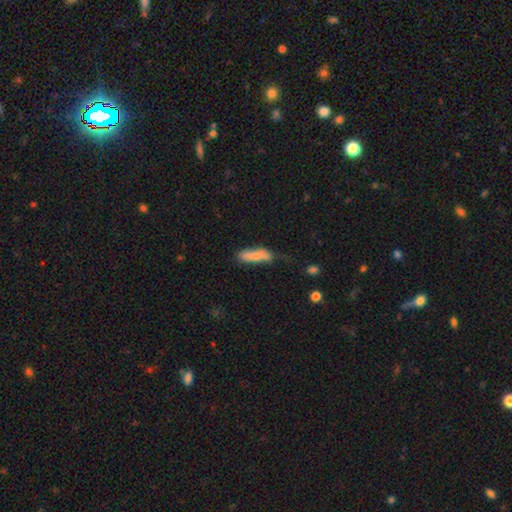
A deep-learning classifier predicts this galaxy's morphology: type=smooth (73%); roundness=cigar-shaped (54%); merging=none (43%).